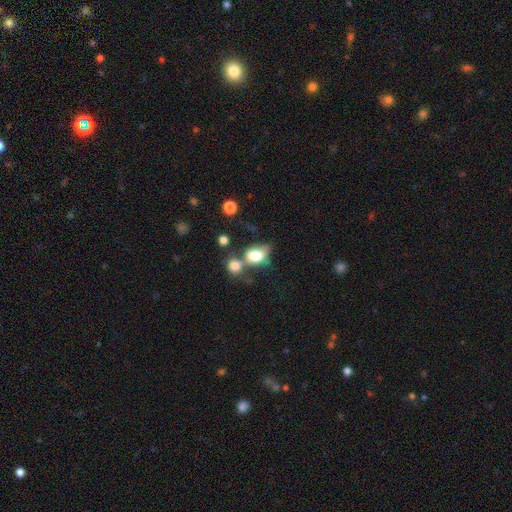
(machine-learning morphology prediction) A smooth galaxy with no disk features (75%) that is in between round and cigar-shaped (69%). Merging: merger (43%).